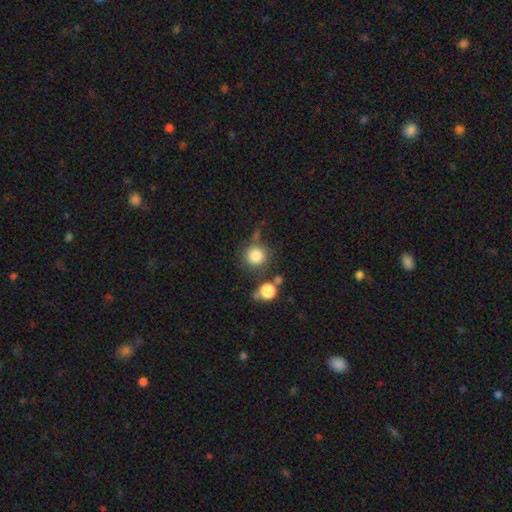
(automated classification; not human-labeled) smooth 82%, star or artifact 11%, featured or disk 6%. Down the decision tree: how rounded — round (93%); merging — none (71%).